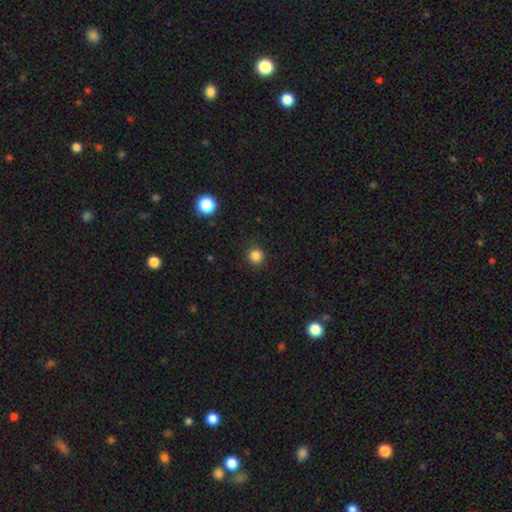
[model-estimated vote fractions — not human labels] Q: Smooth or featured?
A: smooth (84%); runner-up: star or artifact (13%)
Q: How rounded?
A: round (94%); runner-up: in between (5%)
Q: Merging?
A: none (90%); runner-up: minor disturbance (7%)